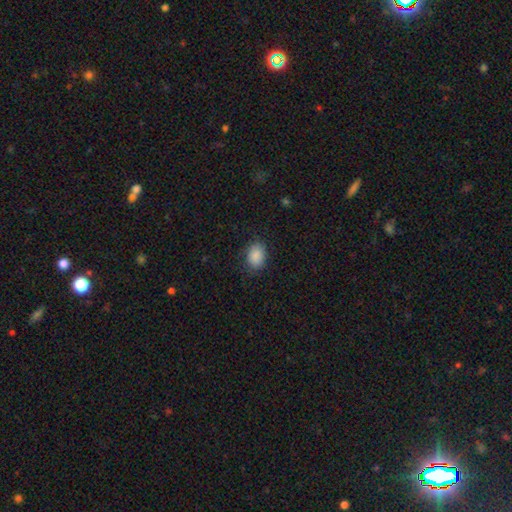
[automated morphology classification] smooth 88%, star or artifact 8%, featured or disk 4%. Down the decision tree: how rounded — in between (73%); merging — none (81%).